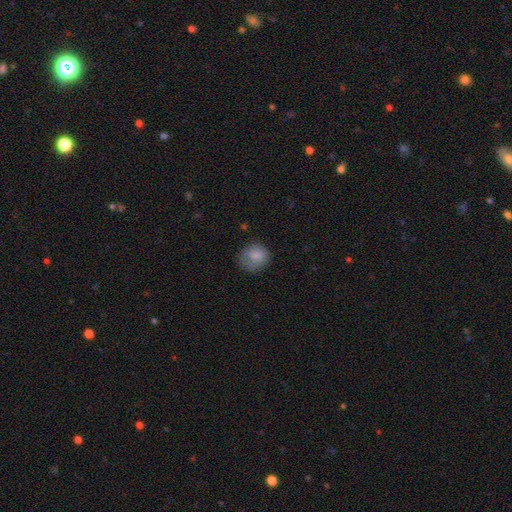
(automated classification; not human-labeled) Morphology: type=smooth (78%); roundness=round (70%); merging=none (57%).